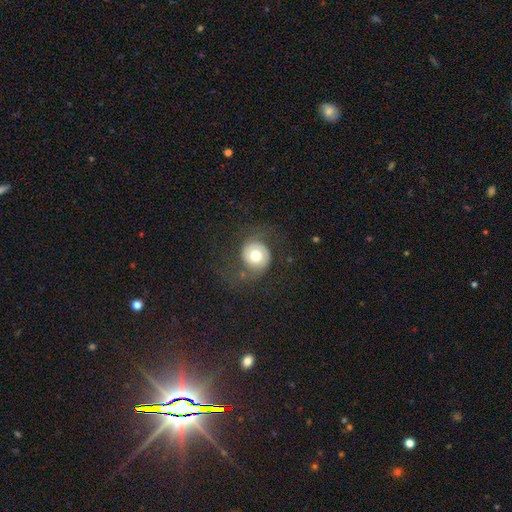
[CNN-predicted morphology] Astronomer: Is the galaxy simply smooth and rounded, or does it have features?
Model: featured or disk — 49% (runner-up: smooth, 42%).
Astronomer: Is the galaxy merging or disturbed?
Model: none — 55%.